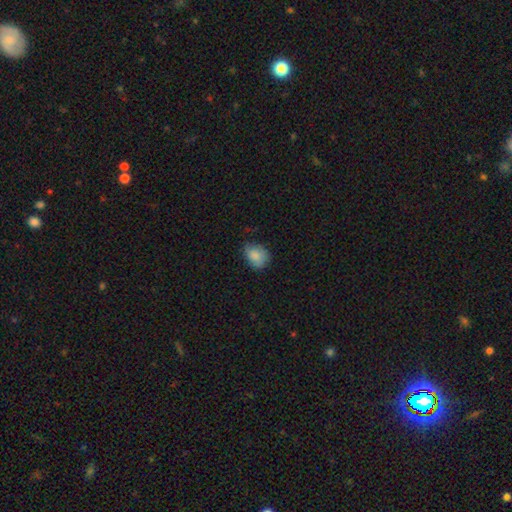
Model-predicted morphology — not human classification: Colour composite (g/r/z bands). It shows a smooth galaxy with no disk features (86%) that is in between round and cigar-shaped (58%). Merging: none (67%).